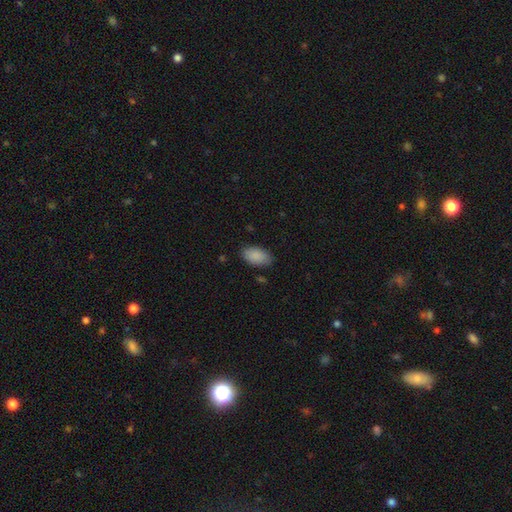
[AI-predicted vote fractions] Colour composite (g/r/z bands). It shows a smooth galaxy with no disk features (89%) that is in between round and cigar-shaped (94%). Merging: none (83%).